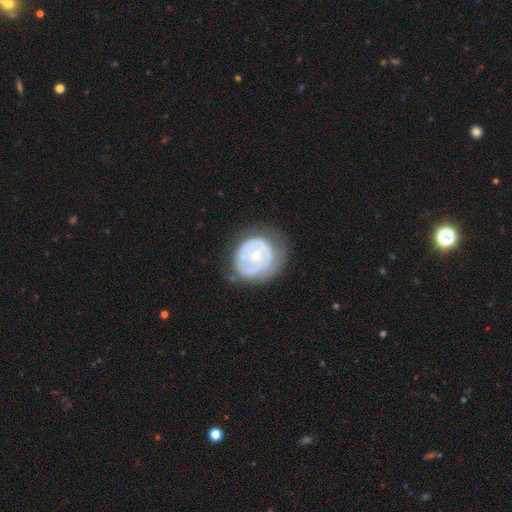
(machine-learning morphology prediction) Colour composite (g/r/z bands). It shows a featured or disk galaxy (61%) with no bar (83%), no spiral arms (54%) and a small central bulge (62%). Merging: none (56%).